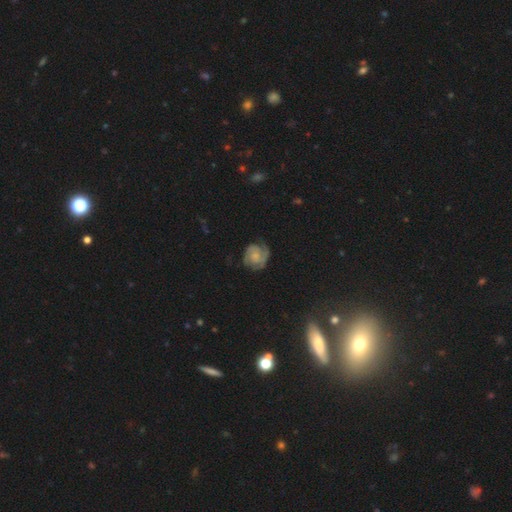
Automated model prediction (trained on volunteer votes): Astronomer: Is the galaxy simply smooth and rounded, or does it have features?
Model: featured or disk — 72%.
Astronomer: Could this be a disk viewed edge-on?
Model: no — 98%.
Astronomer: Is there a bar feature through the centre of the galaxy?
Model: no — 74%.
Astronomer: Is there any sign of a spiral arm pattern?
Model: yes — 93%.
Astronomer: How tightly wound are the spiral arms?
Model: tight — 56% (runner-up: medium, 33%).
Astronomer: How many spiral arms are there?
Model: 2 — 59%.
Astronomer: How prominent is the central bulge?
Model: small — 52%.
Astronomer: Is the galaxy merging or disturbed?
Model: none — 66%.